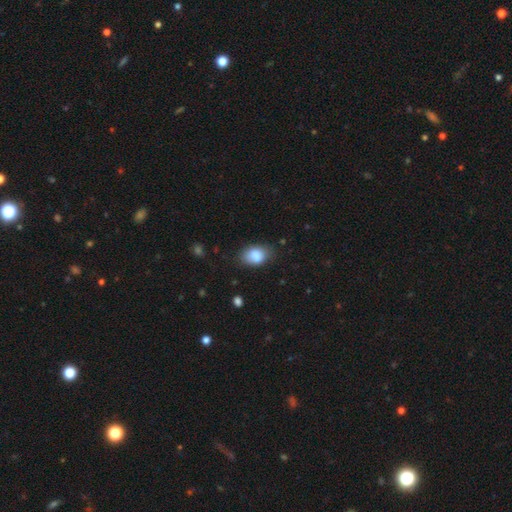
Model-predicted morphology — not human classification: smooth-or-featured: smooth: 83% | featured or disk: 9% | star or artifact: 8%
  how-rounded: in between: 83% | round: 16% | cigar-shaped: 1%
  merging: none: 68% | minor disturbance: 23% | major disturbance: 5% | merger: 4%